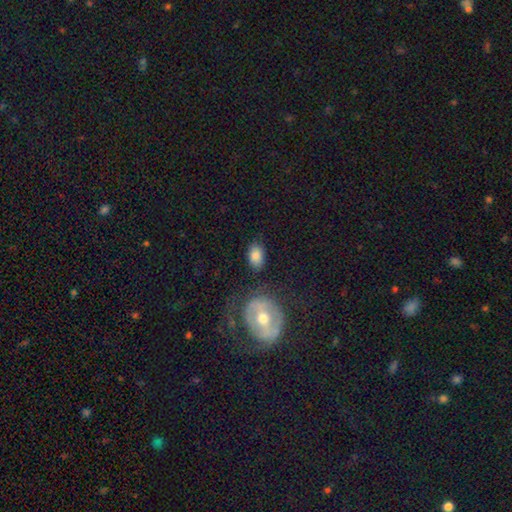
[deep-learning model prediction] This appears to be a smooth galaxy with no disk features (82%) that is in between round and cigar-shaped (87%). Merging: none (76%).